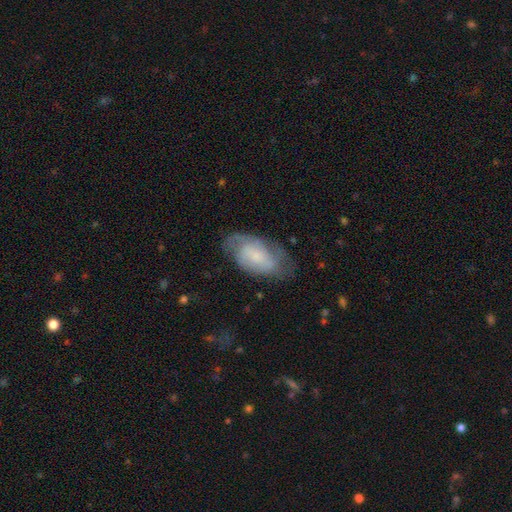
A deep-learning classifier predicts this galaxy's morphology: Smooth or featured? featured or disk (55%)
Edge-on disk? no (94%)
Bar? no (62%)
Spiral arms? yes (82%)
Bulge size? small (49%)
Merging? none (63%)